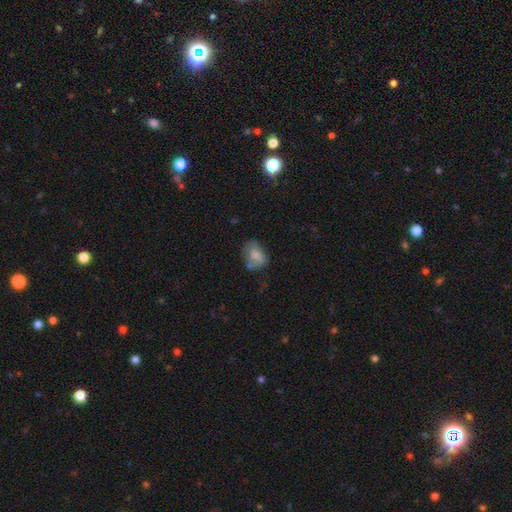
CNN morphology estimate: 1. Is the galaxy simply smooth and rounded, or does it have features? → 67% smooth, 24% featured or disk, 9% star or artifact.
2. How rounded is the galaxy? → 68% in between, 31% round, 1% cigar-shaped.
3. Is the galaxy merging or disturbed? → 45% none, 30% minor disturbance, 15% major disturbance, 10% merger.